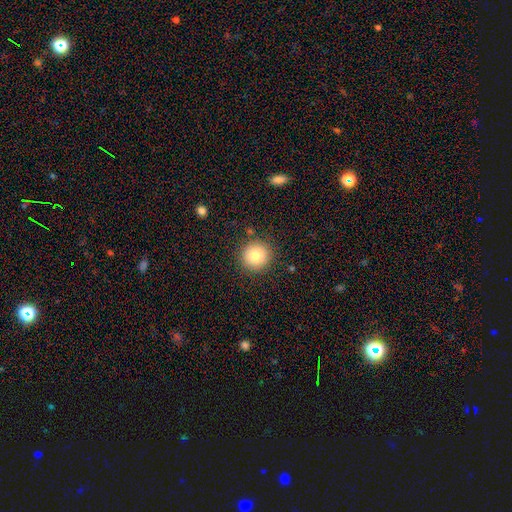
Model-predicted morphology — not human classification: Overall: smooth (81%). How rounded: round (94%). Merging: none (88%).